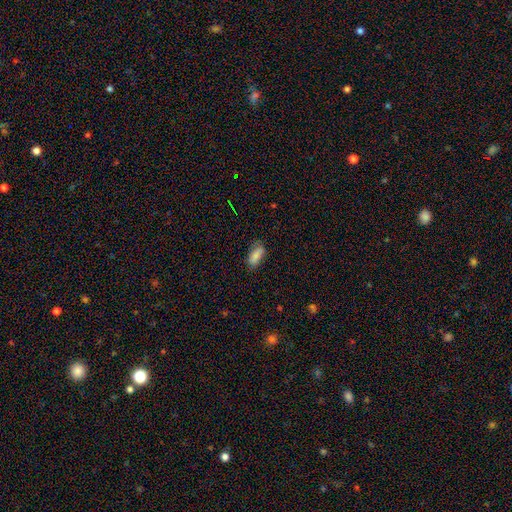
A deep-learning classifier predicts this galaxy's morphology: Smooth or featured? smooth (82%)
How rounded? in between (81%)
Merging? none (73%)